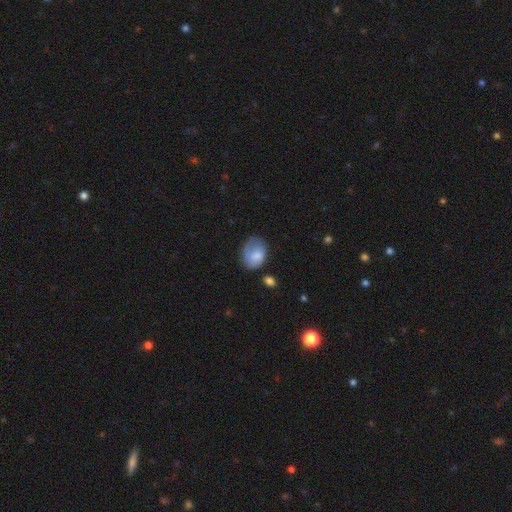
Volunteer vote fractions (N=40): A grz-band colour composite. It shows a smooth galaxy with no disk features (88%) that is in between round and cigar-shaped (60%). Merging: none (53%).